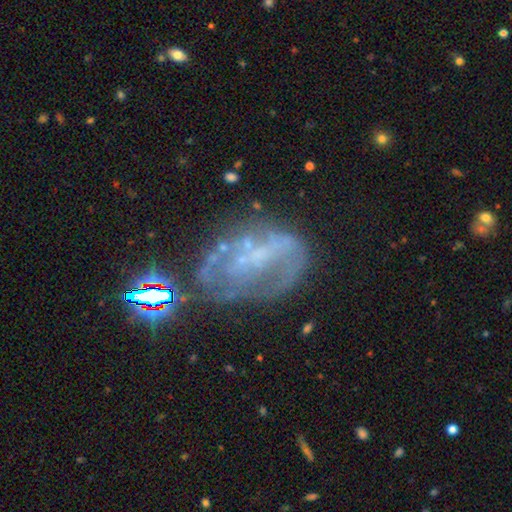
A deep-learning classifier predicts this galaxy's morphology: Q: Smooth or featured?
A: featured or disk (64%); runner-up: star or artifact (19%)
Q: Edge-on disk?
A: no (96%); runner-up: yes (4%)
Q: Bar?
A: no (58%); runner-up: weak (27%)
Q: Spiral arms?
A: no (55%); runner-up: yes (45%)
Q: Bulge size?
A: none (53%); runner-up: small (36%)
Q: Merging?
A: none (44%); runner-up: major disturbance (26%)